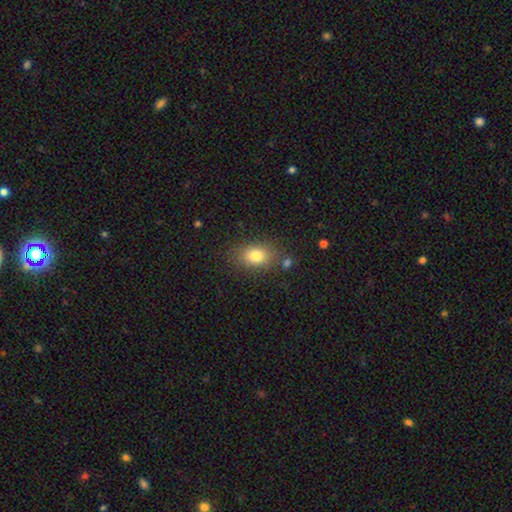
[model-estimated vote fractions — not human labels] Smooth or featured: smooth — 80% (star or artifact — 10%)
How rounded: in between — 74% (round — 24%)
Merging: none — 78% (minor disturbance — 13%)